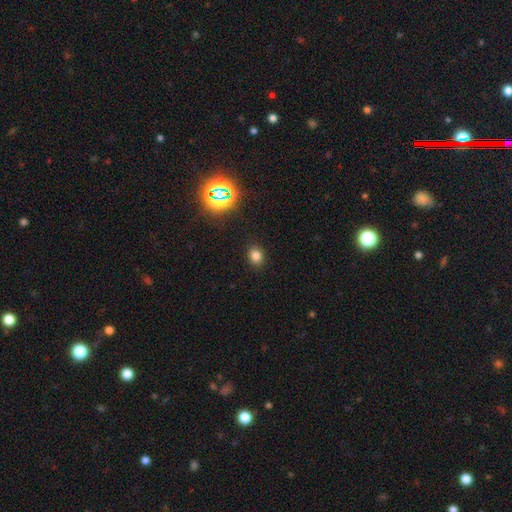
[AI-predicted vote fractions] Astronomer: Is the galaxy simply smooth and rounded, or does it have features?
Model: smooth — 76%.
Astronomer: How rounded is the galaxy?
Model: round — 50% (runner-up: in between, 49%).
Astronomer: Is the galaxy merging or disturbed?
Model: none — 89%.